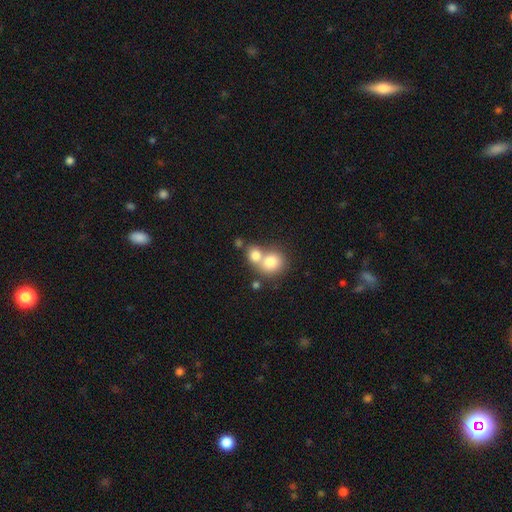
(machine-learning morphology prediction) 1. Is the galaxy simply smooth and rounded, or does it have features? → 77% smooth, 14% featured or disk, 10% star or artifact.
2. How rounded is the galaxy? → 72% round, 27% in between, 1% cigar-shaped.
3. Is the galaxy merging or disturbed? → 61% merger, 31% none, 6% minor disturbance, 3% major disturbance.